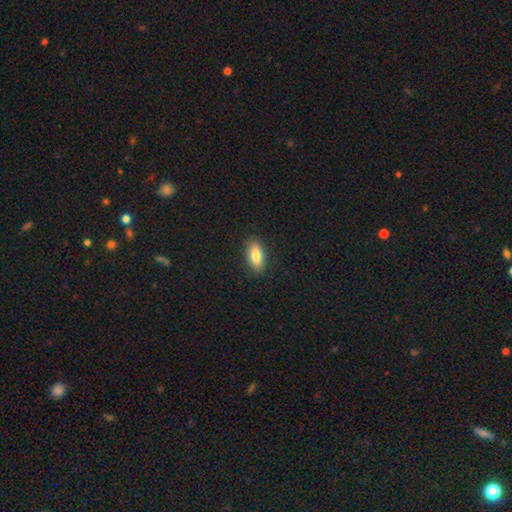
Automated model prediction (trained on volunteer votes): Smooth or featured? Predicted: smooth (p=0.83). How rounded? Predicted: in between (p=0.87). Merging? Predicted: none (p=0.88).